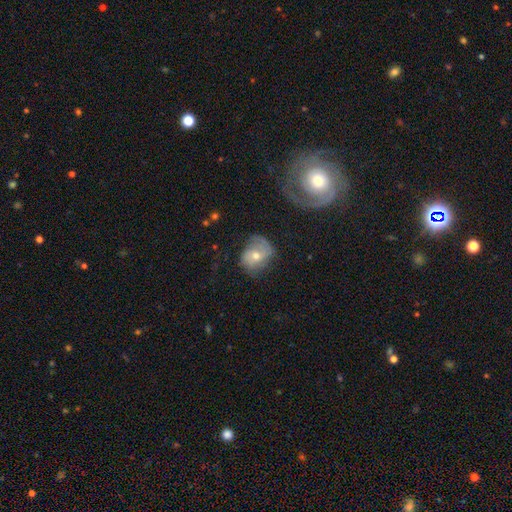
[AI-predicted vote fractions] Smooth or featured? Predicted: featured or disk (p=0.48). Merging? Predicted: none (p=0.49).